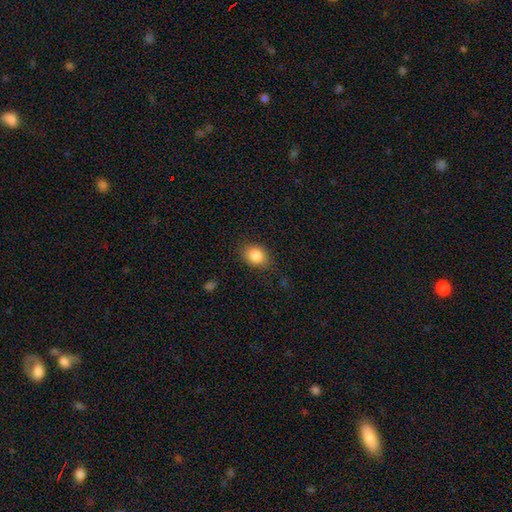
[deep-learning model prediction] A smooth galaxy with no disk features (86%) that is in between round and cigar-shaped (57%).

Vote fractions:
- Smooth or featured? smooth: 86% / star or artifact: 9% / featured or disk: 6%
- How rounded? in between: 57% / round: 42% / cigar-shaped: 1%
- Merging? none: 80% / minor disturbance: 15% / major disturbance: 4% / merger: 1%